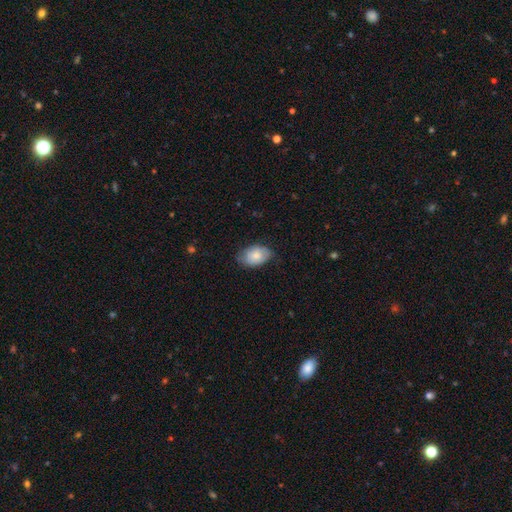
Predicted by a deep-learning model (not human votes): Smooth or featured? smooth (79%)
How rounded? in between (86%)
Merging? none (70%)